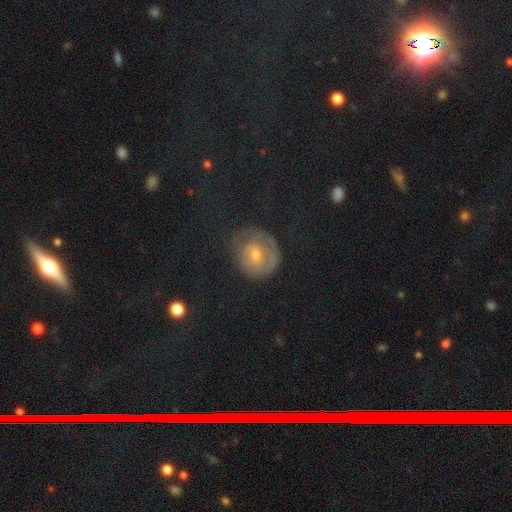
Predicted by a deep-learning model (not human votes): The model was most divided on "smooth or featured": featured or disk: 41%, smooth: 36%, star or artifact: 23%. More confident: merging — none (64%).